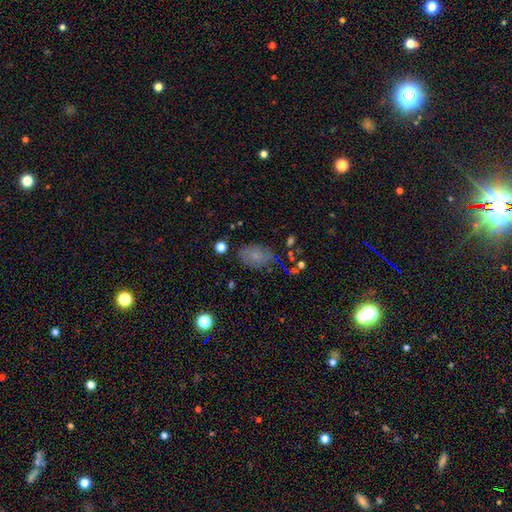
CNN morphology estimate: type=smooth (68%); roundness=in between (83%); merging=none (73%).